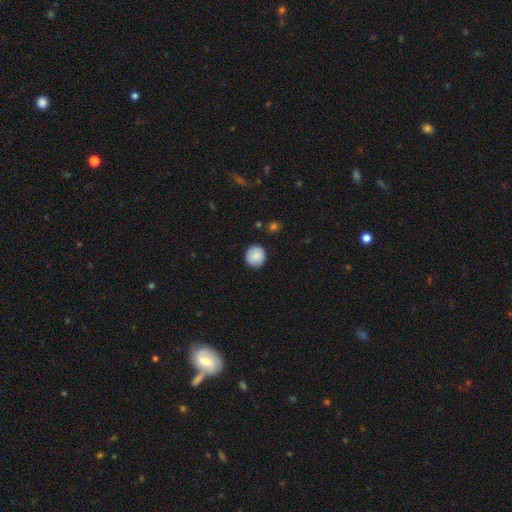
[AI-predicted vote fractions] Morphology: type=smooth (86%); roundness=round (93%); merging=none (89%).